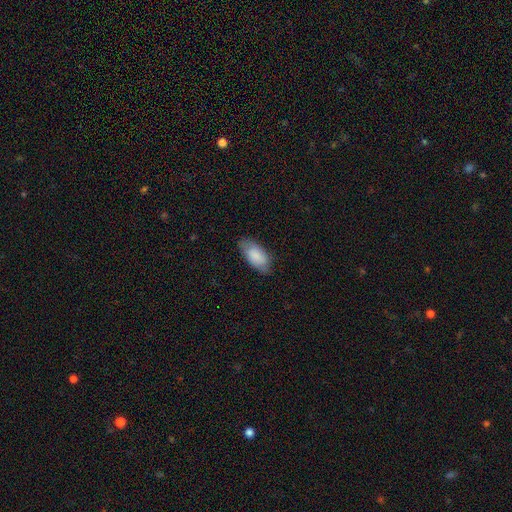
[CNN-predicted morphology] This is clearly a smooth galaxy (83%). How rounded: clearly in between (92%). Merging: likely none (75%).